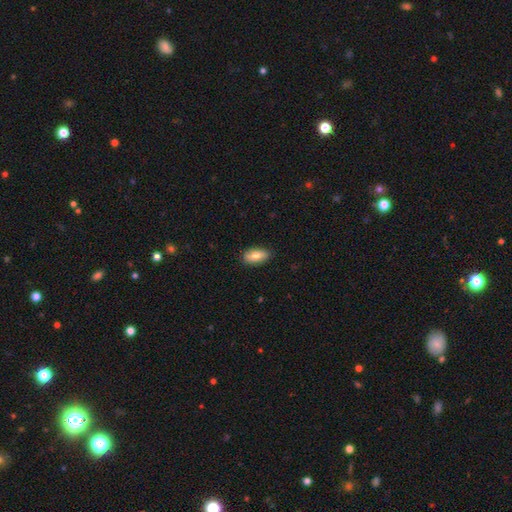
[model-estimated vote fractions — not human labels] Smooth or featured? smooth (77%)
How rounded? in between (89%)
Merging? none (86%)